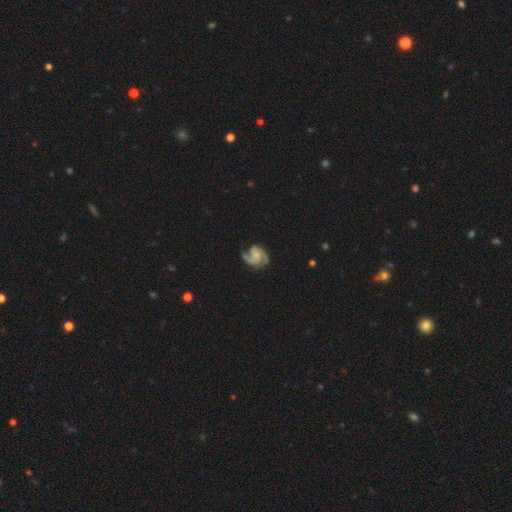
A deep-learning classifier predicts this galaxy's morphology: smooth-or-featured: featured or disk: 85% | smooth: 9% | star or artifact: 6%
  disk-edge-on: no: 98% | yes: 2%
    bar: no: 56% | weak: 35% | strong: 9%
    has-spiral-arms: yes: 97% | no: 3%
      spiral-winding: medium: 49% | tight: 36% | loose: 15%
      spiral-arm-count: 2: 67% | 3: 17% | can't tell: 6% | 1: 4% | 4: 3% | more than 4: 2%
    bulge-size: small: 44% | none: 29% | moderate: 22% | large: 4% | dominant: 1%
  merging: none: 62% | minor disturbance: 21% | major disturbance: 13% | merger: 3%